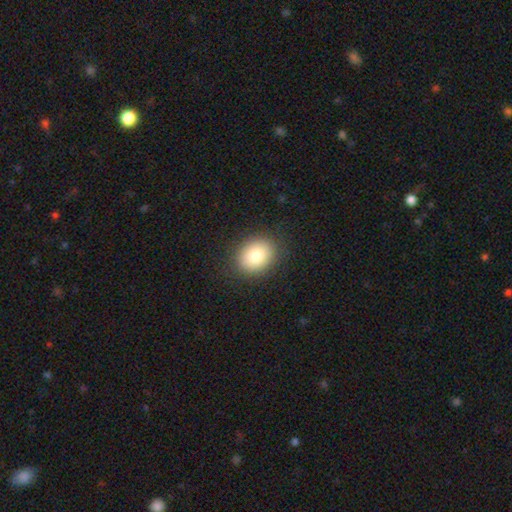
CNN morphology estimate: Smooth or featured: smooth — 83% (star or artifact — 9%)
How rounded: in between — 52% (round — 47%)
Merging: none — 88% (minor disturbance — 9%)